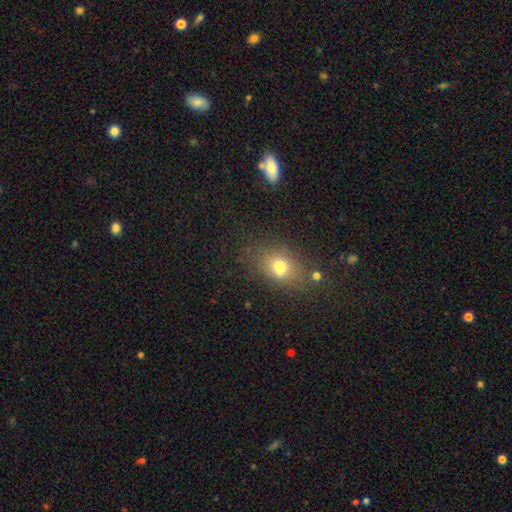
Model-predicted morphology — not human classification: A smooth galaxy with no disk features (67%) that is in between round and cigar-shaped (50%). Merging: none (81%).